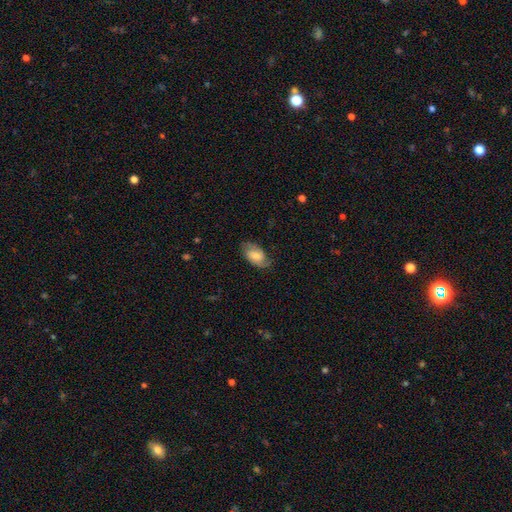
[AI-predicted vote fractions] Smooth or featured?
  - featured or disk: 54% *
  - smooth: 39%
  - star or artifact: 7%
Edge-on disk?
  - no: 95% *
  - yes: 5%
Bar?
  - no: 51% *
  - weak: 40%
  - strong: 10%
Spiral arms?
  - yes: 88% *
  - no: 12%
Bulge size?
  - moderate: 44% *
  - small: 34%
  - large: 12%
  - none: 9%
  - dominant: 2%
Merging?
  - none: 74% *
  - minor disturbance: 18%
  - major disturbance: 6%
  - merger: 1%